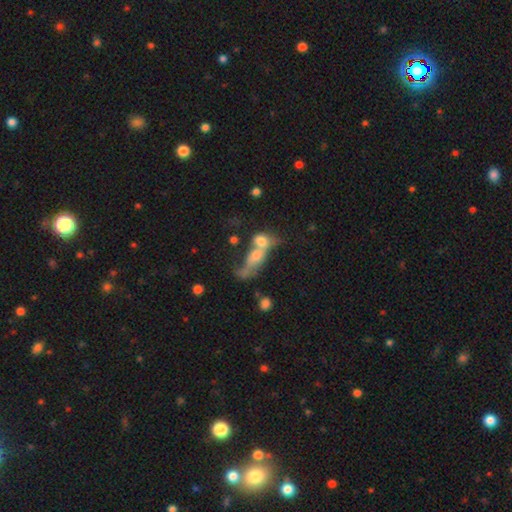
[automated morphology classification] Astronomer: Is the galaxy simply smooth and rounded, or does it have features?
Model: smooth — 55% (runner-up: featured or disk, 33%).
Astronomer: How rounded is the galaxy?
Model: in between — 62%.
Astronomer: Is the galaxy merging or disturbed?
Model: merger — 72%.